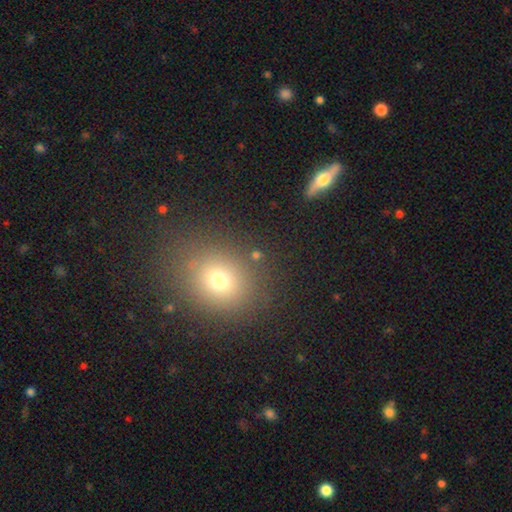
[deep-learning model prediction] Smooth or featured? Predicted: smooth (p=0.68). How rounded? Predicted: round (p=0.69). Merging? Predicted: none (p=0.81).